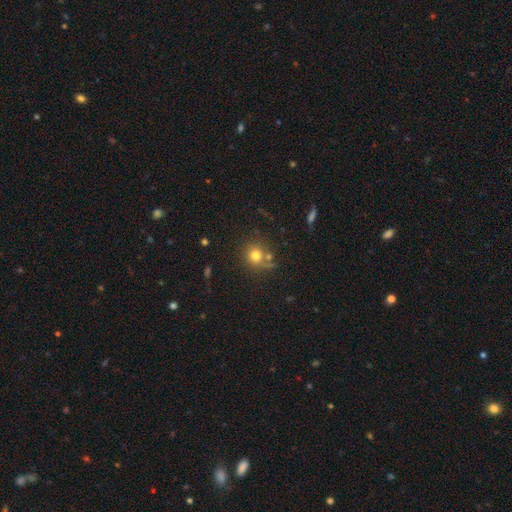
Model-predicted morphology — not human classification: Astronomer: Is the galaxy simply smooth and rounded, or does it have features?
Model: smooth — 75%.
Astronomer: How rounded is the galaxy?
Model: round — 88%.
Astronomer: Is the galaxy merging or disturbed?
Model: none — 68%.